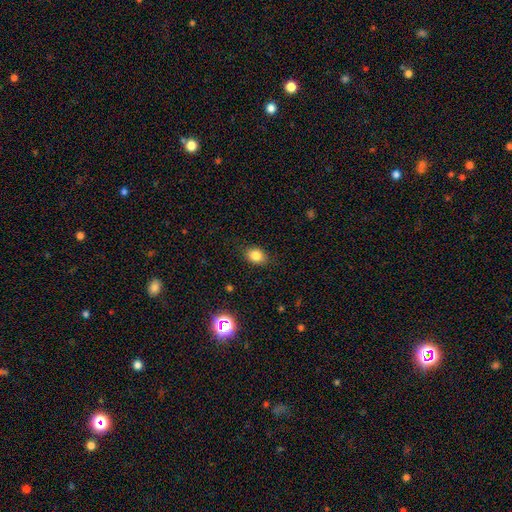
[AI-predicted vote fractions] Q: Smooth or featured?
A: smooth (82%); runner-up: star or artifact (11%)
Q: How rounded?
A: in between (69%); runner-up: round (30%)
Q: Merging?
A: none (86%); runner-up: minor disturbance (11%)